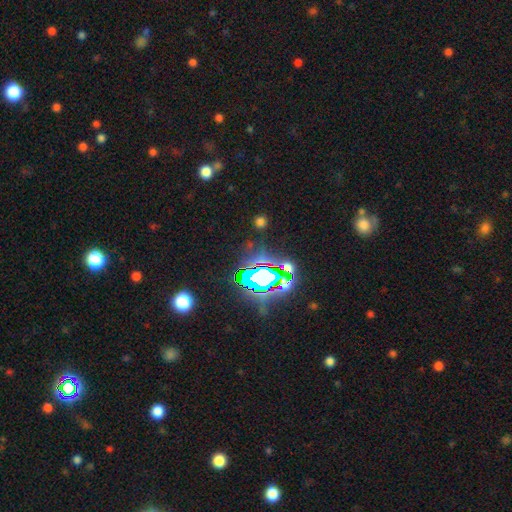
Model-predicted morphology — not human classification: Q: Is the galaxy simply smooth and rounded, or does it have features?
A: star or artifact — 77%.